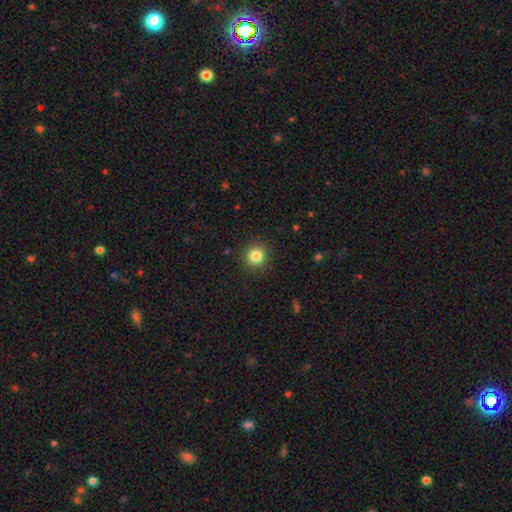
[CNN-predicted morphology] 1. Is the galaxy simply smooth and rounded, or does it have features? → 84% smooth, 11% star or artifact, 5% featured or disk.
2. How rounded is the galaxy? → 94% round, 5% in between, 1% cigar-shaped.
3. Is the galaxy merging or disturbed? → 91% none, 6% minor disturbance, 2% major disturbance, 1% merger.